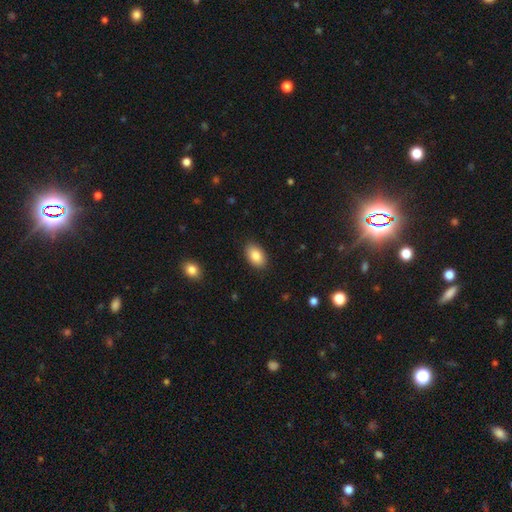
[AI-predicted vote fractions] Smooth or featured: smooth — 86% (star or artifact — 7%)
How rounded: in between — 92% (round — 7%)
Merging: none — 88% (minor disturbance — 9%)